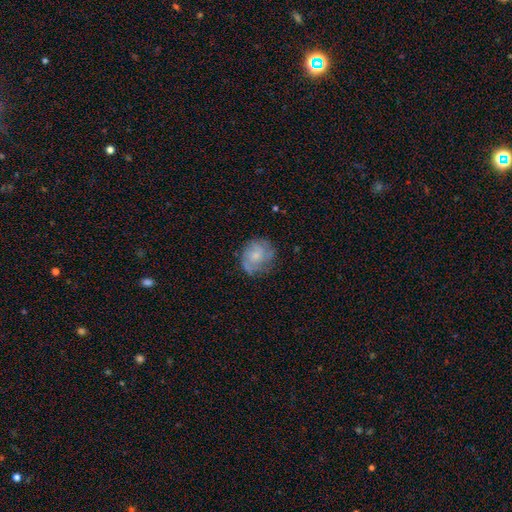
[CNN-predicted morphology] type=featured or disk (53%); edge-on=no (98%); bar=no (78%); spiral arms=yes (77%); bulge=small (47%); merging=none (68%).